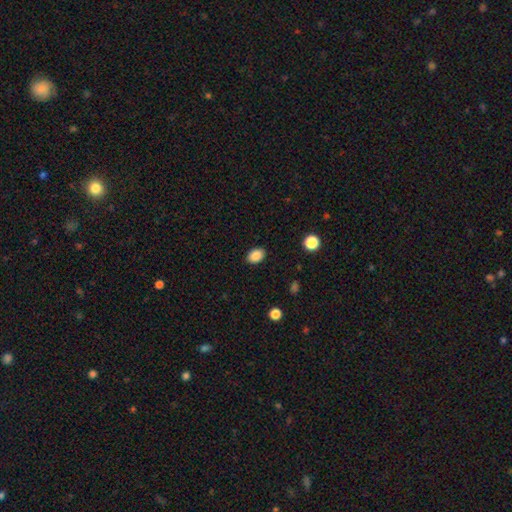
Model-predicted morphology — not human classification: smooth-or-featured: smooth: 87% | star or artifact: 9% | featured or disk: 4%
  how-rounded: in between: 76% | round: 23% | cigar-shaped: 1%
  merging: none: 88% | minor disturbance: 9% | major disturbance: 2% | merger: 1%